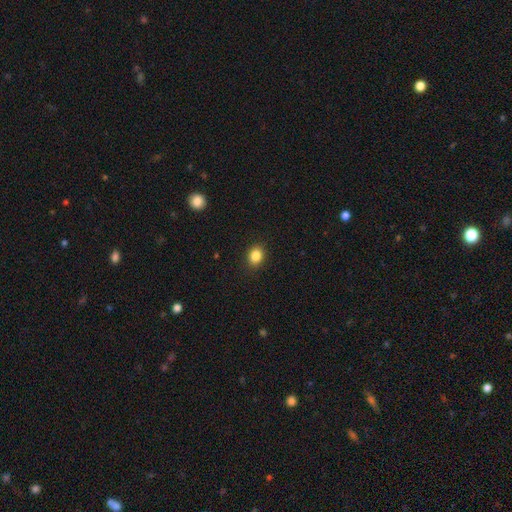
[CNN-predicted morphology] This appears to be a smooth galaxy with no disk features (85%) that is round (56%). Merging: none (89%).